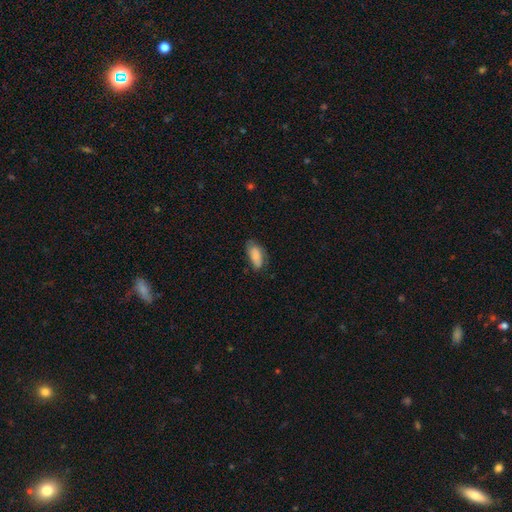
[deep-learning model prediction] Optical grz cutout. It shows a smooth galaxy with no disk features (80%) that is in between round and cigar-shaped (86%). Merging: none (61%).